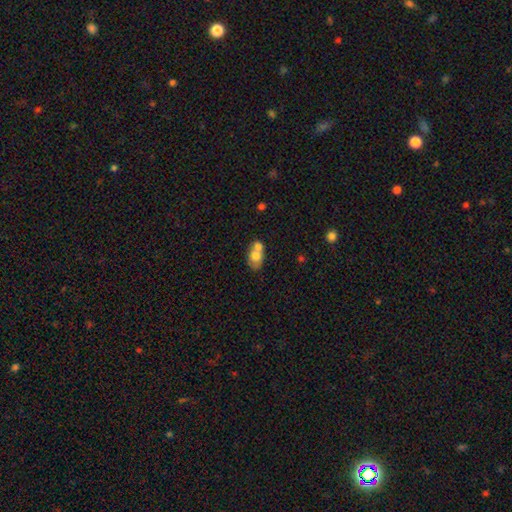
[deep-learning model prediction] smooth_or_featured: smooth (p=0.68) [alt: featured or disk p=0.24]
how_rounded: in between (p=0.73) [alt: round p=0.25]
merging: merger (p=0.59) [alt: none p=0.27]